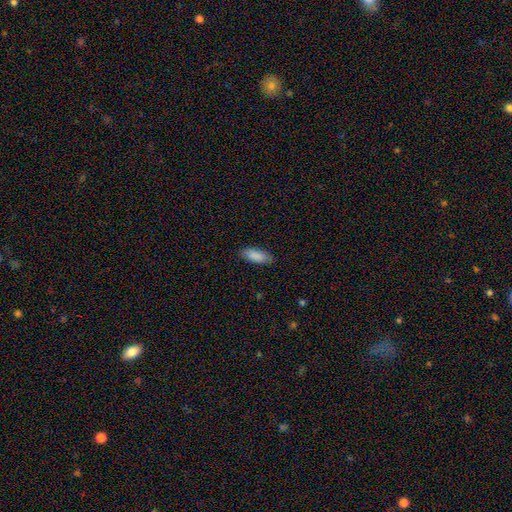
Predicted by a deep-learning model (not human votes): Smooth or featured? smooth (88%)
How rounded? in between (73%)
Merging? none (85%)